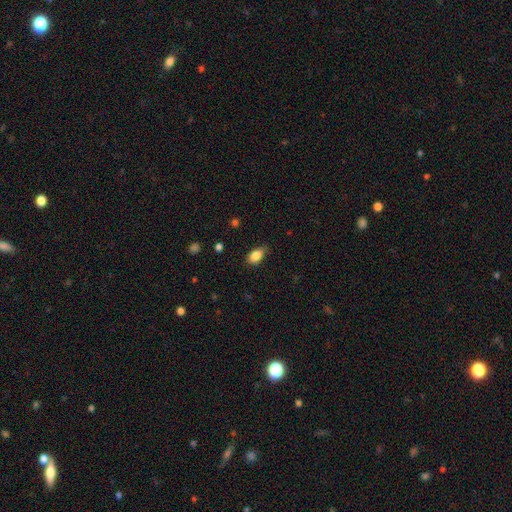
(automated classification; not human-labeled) This appears to be a smooth galaxy with no disk features (85%) that is in between round and cigar-shaped (87%). Merging: none (71%).